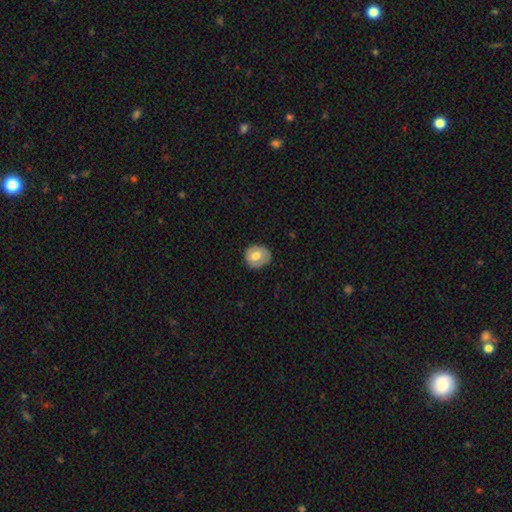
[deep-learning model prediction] A smooth galaxy with no disk features (62%) that is round (72%). Merging: none (74%).